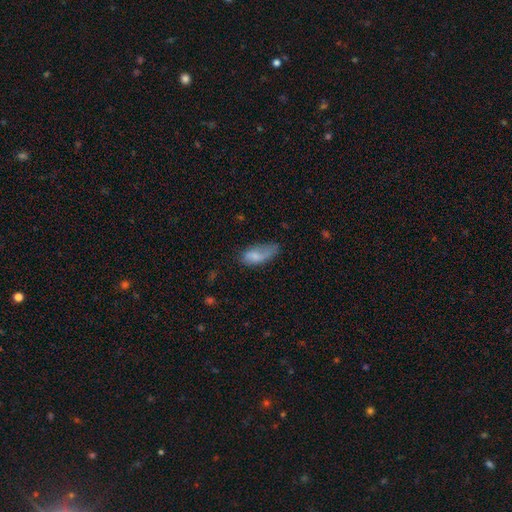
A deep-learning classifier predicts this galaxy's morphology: Smooth or featured? Predicted: smooth (p=0.74). How rounded? Predicted: in between (p=0.87). Merging? Predicted: minor disturbance (p=0.36).